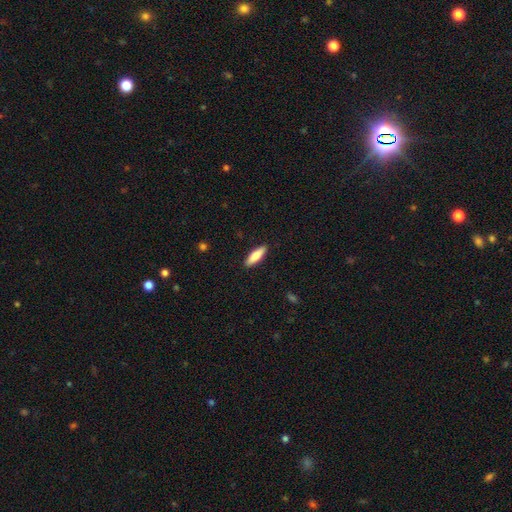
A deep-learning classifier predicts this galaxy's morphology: The model was most divided on "how rounded": cigar-shaped: 57%, in between: 41%, round: 2%. More confident: merging — none (90%); smooth or featured — smooth (78%).